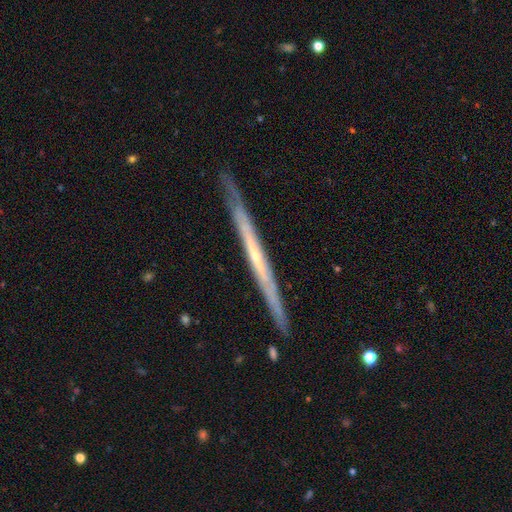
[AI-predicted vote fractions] smooth-or-featured: featured or disk: 74% | smooth: 20% | star or artifact: 6%
  disk-edge-on: yes: 96% | no: 4%
    edge-on-bulge: none: 74% | rounded: 22% | boxy: 4%
  merging: none: 87% | minor disturbance: 10% | major disturbance: 2% | merger: 1%